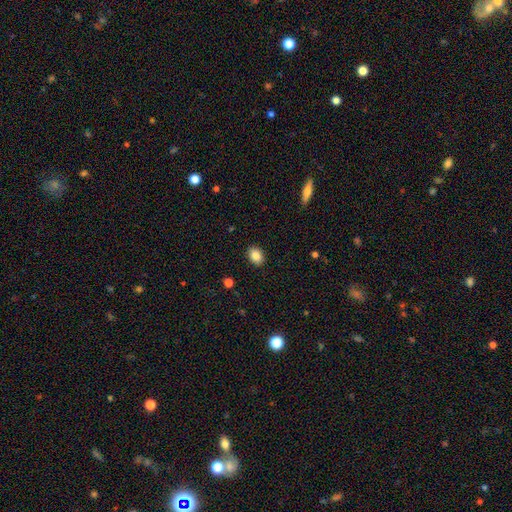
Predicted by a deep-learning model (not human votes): Smooth or featured? Predicted: smooth (p=0.86). How rounded? Predicted: in between (p=0.74). Merging? Predicted: none (p=0.89).